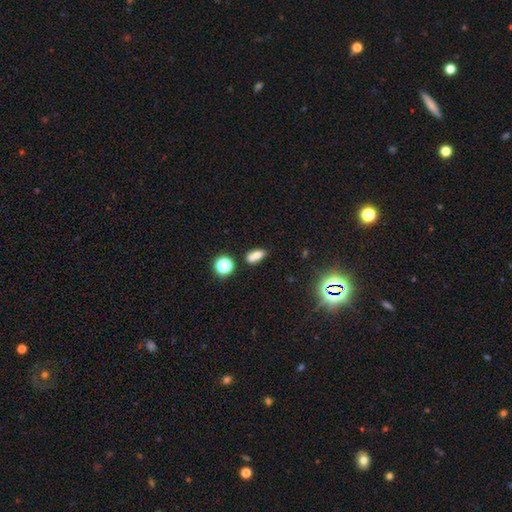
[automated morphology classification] Q: Smooth or featured?
A: smooth (70%); runner-up: featured or disk (16%)
Q: How rounded?
A: in between (73%); runner-up: round (19%)
Q: Merging?
A: none (42%); runner-up: merger (40%)